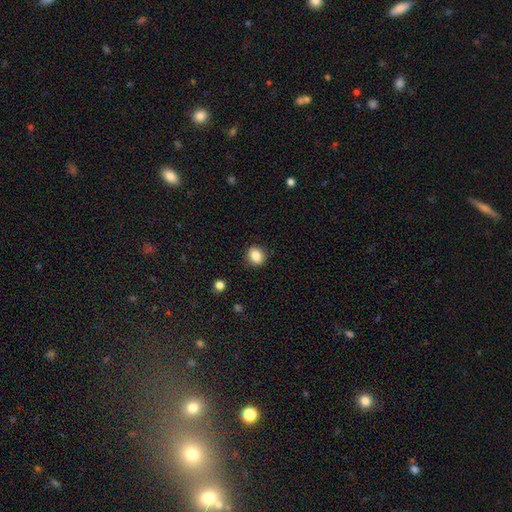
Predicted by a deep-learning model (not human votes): Morphology: type=smooth (84%); roundness=round (68%); merging=none (88%).